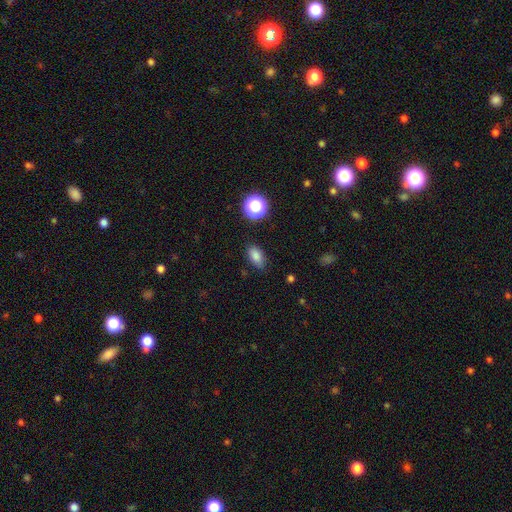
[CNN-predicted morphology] Smooth or featured? Predicted: smooth (p=0.82). How rounded? Predicted: in between (p=0.87). Merging? Predicted: none (p=0.81).